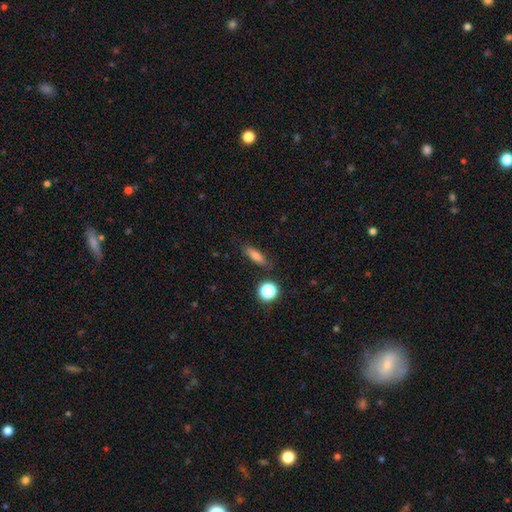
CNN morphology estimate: smooth-or-featured: smooth: 76% | star or artifact: 12% | featured or disk: 12%
  how-rounded: cigar-shaped: 47% | in between: 46% | round: 7%
  merging: none: 83% | minor disturbance: 11% | major disturbance: 3% | merger: 3%